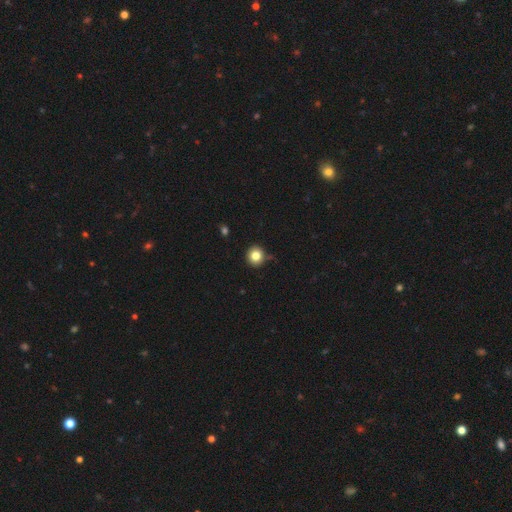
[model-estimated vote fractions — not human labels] Smooth or featured? Predicted: smooth (p=0.82). How rounded? Predicted: round (p=0.92). Merging? Predicted: none (p=0.84).